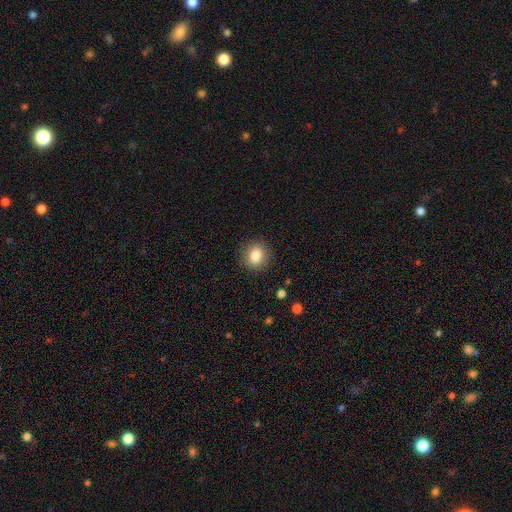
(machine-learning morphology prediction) Smooth or featured? smooth (84%)
How rounded? round (76%)
Merging? none (89%)